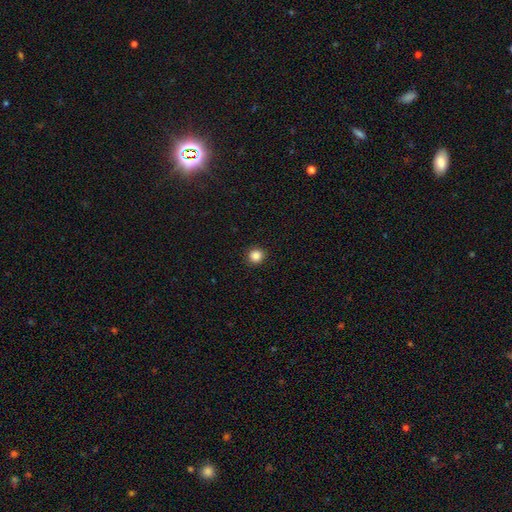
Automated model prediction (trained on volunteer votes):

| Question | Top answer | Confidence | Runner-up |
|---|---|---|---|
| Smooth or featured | smooth | 86% | star or artifact (11%) |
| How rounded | round | 93% | in between (6%) |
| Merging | none | 92% | minor disturbance (5%) |